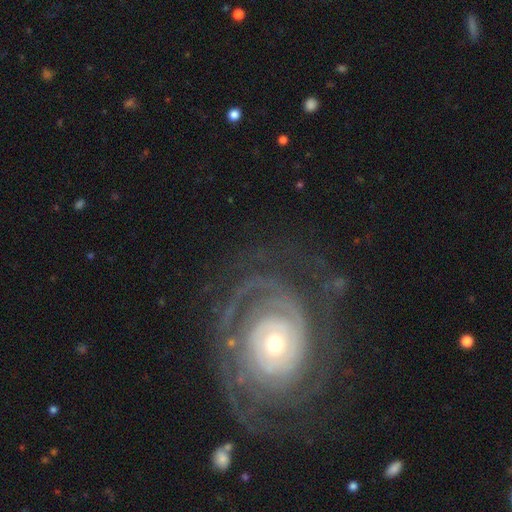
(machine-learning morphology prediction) Smooth or featured? Predicted: featured or disk (p=0.85). Edge-on disk? Predicted: no (p=0.97). Bar? Predicted: no (p=0.76). Spiral arms? Predicted: yes (p=0.93). Spiral winding? Predicted: tight (p=0.76). Spiral arm count? Predicted: can't tell (p=0.30). Bulge size? Predicted: small (p=0.47). Merging? Predicted: none (p=0.70).